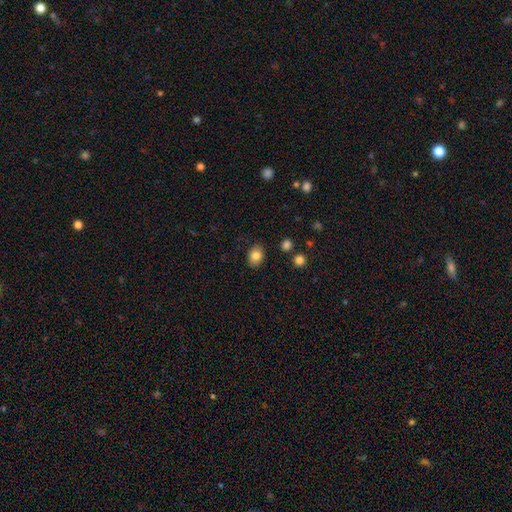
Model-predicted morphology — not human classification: smooth 84%, star or artifact 9%, featured or disk 7%. Down the decision tree: how rounded — in between (66%); merging — none (85%).